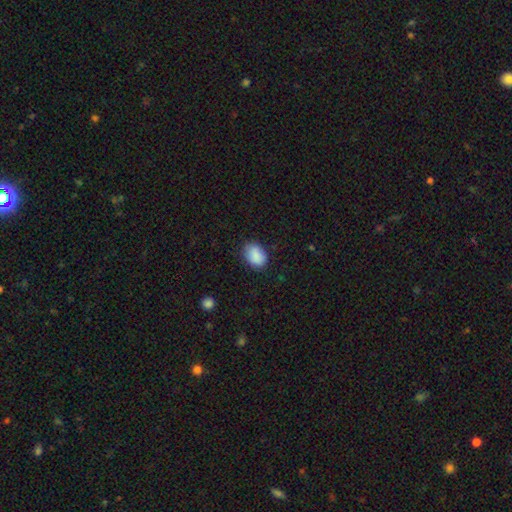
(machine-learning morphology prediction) smooth-or-featured: smooth: 89% | star or artifact: 7% | featured or disk: 4%
  how-rounded: in between: 81% | round: 18% | cigar-shaped: 1%
  merging: none: 82% | minor disturbance: 14% | major disturbance: 3% | merger: 1%